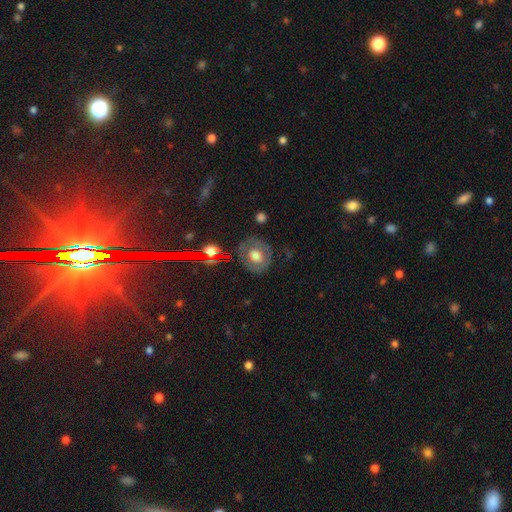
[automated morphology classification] Q: Smooth or featured?
A: smooth (53%); runner-up: featured or disk (36%)
Q: How rounded?
A: round (68%); runner-up: in between (31%)
Q: Merging?
A: none (77%); runner-up: minor disturbance (15%)